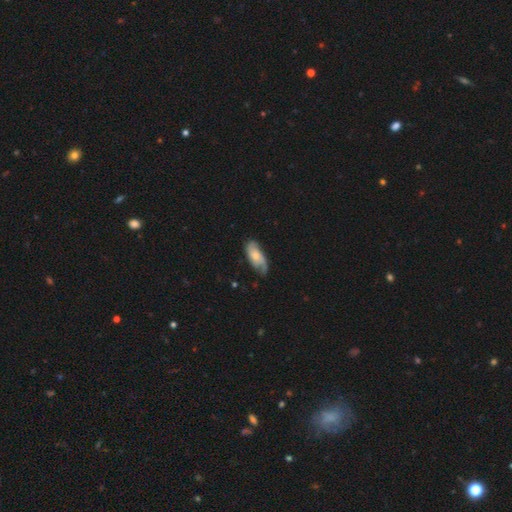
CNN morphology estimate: The model was most divided on "smooth or featured": featured or disk: 49%, smooth: 44%, star or artifact: 6%. More confident: merging — none (59%).